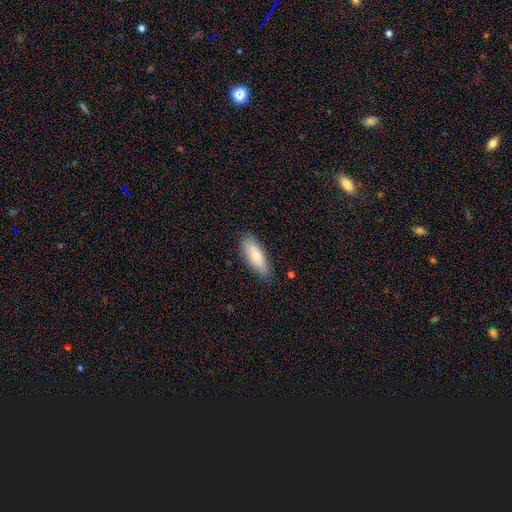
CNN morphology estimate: smooth-or-featured: smooth: 75% | featured or disk: 19% | star or artifact: 6%
  how-rounded: in between: 74% | cigar-shaped: 24% | round: 2%
  merging: none: 81% | minor disturbance: 15% | major disturbance: 3% | merger: 1%